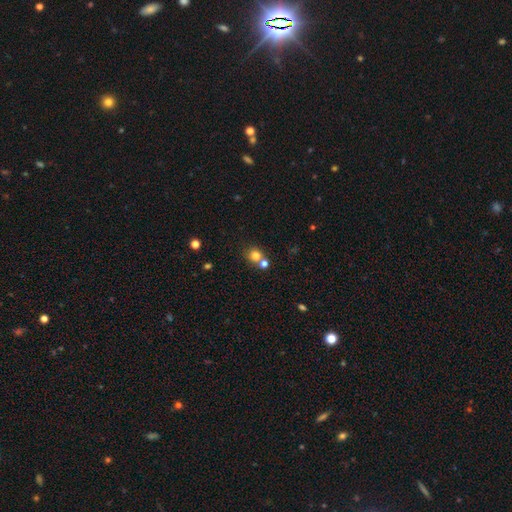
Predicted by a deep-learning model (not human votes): Smooth or featured? Predicted: smooth (p=0.78). How rounded? Predicted: round (p=0.83). Merging? Predicted: none (p=0.59).